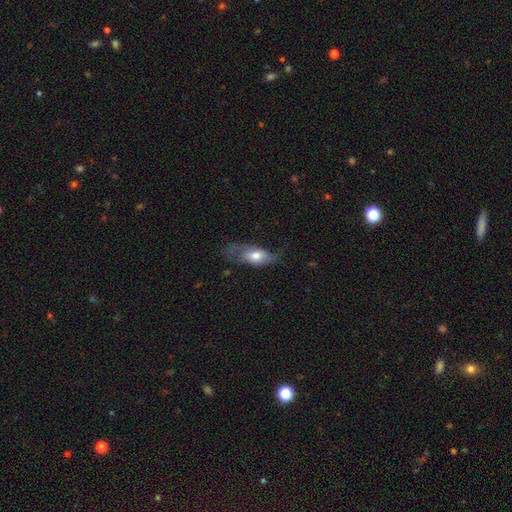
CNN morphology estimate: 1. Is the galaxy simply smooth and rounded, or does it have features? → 47% smooth (tied), 47% featured or disk (tied), 7% star or artifact.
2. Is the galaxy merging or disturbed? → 39% none, 32% major disturbance, 27% minor disturbance, 2% merger.